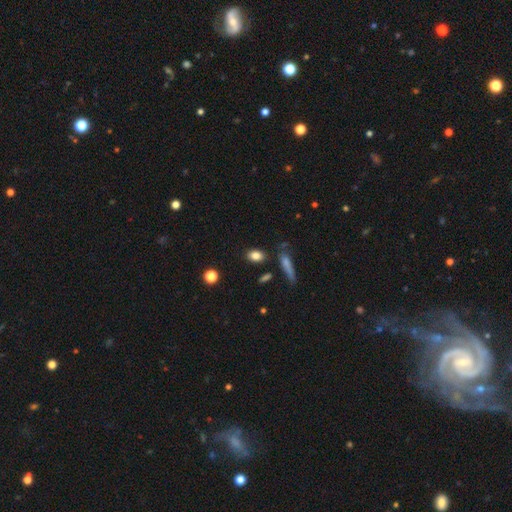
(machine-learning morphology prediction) A smooth galaxy with no disk features (83%) that is in between round and cigar-shaped (77%).

Vote fractions:
- Smooth or featured? smooth: 83% / star or artifact: 9% / featured or disk: 8%
- How rounded? in between: 77% / round: 18% / cigar-shaped: 5%
- Merging? none: 81% / minor disturbance: 11% / merger: 5% / major disturbance: 3%